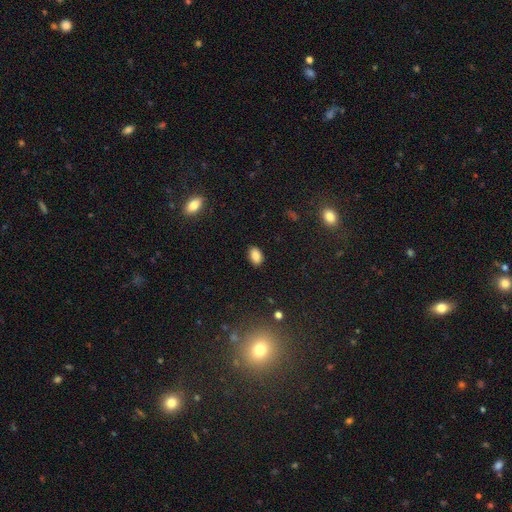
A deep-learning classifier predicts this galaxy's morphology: A smooth galaxy with no disk features (85%) that is in between round and cigar-shaped (87%).

Vote fractions:
- Smooth or featured? smooth: 85% / star or artifact: 10% / featured or disk: 5%
- How rounded? in between: 87% / round: 11% / cigar-shaped: 1%
- Merging? none: 87% / minor disturbance: 10% / major disturbance: 2% / merger: 1%